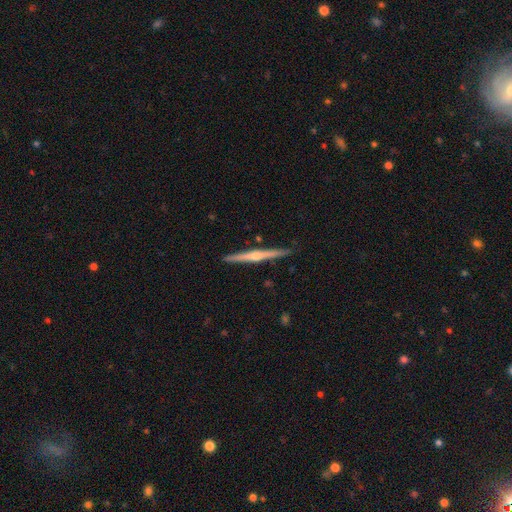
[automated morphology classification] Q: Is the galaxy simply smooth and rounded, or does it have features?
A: featured or disk — 76%.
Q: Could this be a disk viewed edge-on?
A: yes — 98%.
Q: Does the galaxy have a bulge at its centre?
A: rounded — 87%.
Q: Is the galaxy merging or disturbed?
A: none — 90%.